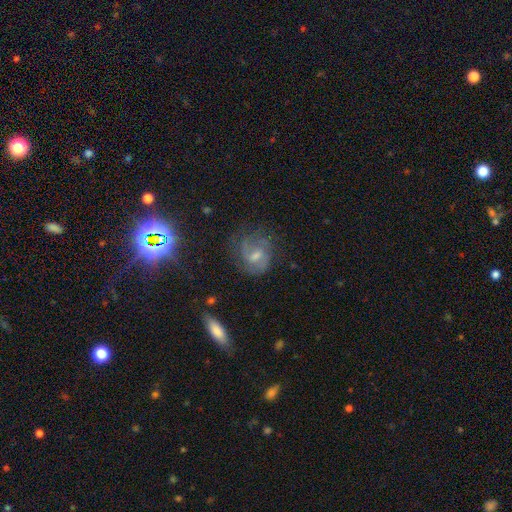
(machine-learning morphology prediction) Overall: featured or disk (65%). Edge-on disk: no (96%). Bar: weak (52%; no 33%). Spiral arms: yes (90%). Spiral arm count: 2 (54%; can't tell 23%). Spiral winding: medium (47%; tight 33%). Bulge size: moderate (45%; small 42%). Merging: none (69%).